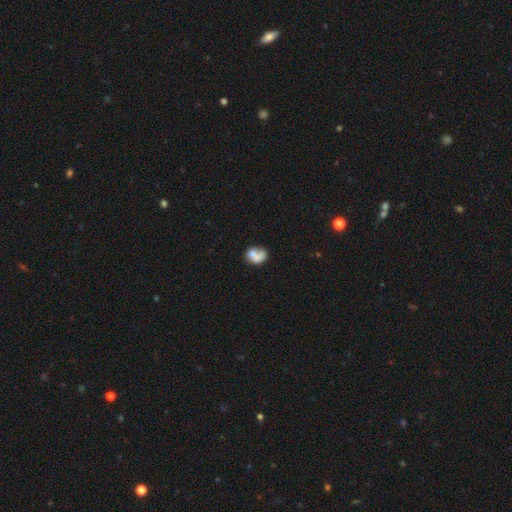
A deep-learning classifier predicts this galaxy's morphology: Overall: smooth (61%; featured or disk 30%). How rounded: in between (53%; round 46%). Merging: merger (41%; none 32%).